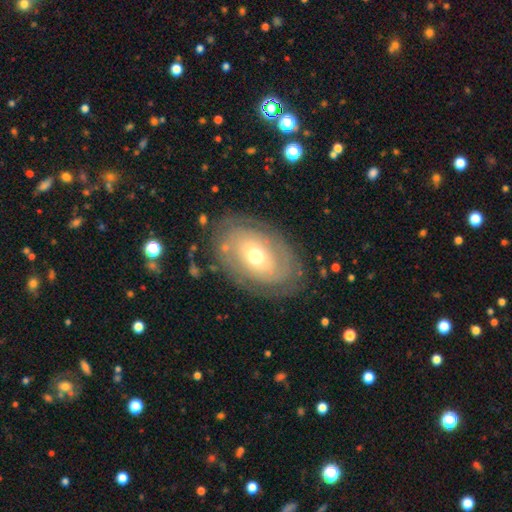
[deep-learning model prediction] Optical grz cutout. It shows a featured or disk galaxy (67%) with no bar (72%), spiral arms (65%) and a moderate central bulge (65%). Merging: none (78%).